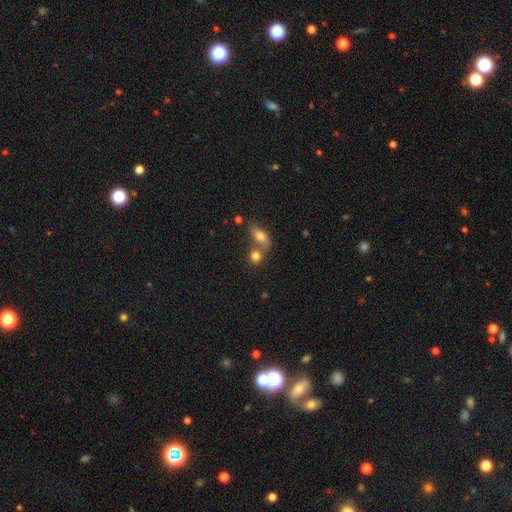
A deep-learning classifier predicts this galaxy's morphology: smooth-or-featured: smooth: 78% | featured or disk: 12% | star or artifact: 10%
  how-rounded: round: 64% | in between: 32% | cigar-shaped: 3%
  merging: merger: 46% | none: 41% | minor disturbance: 9% | major disturbance: 4%